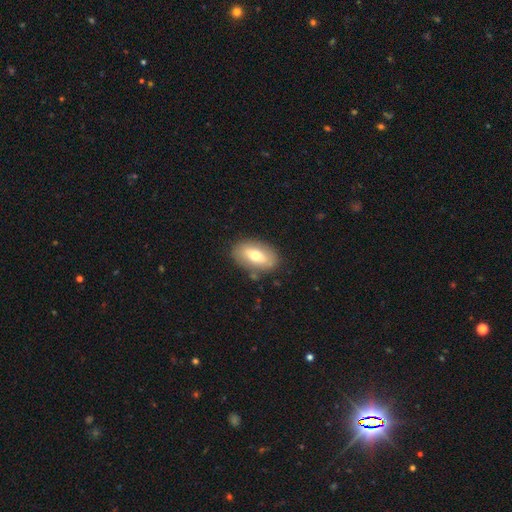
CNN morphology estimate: type=smooth (62%); roundness=in between (90%); merging=none (82%).